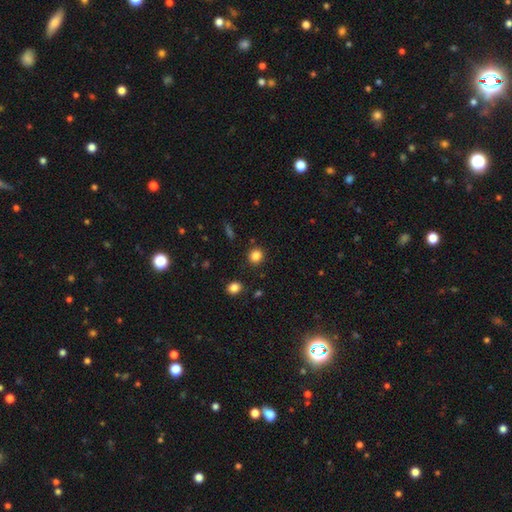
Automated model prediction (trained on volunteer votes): Smooth or featured: smooth — 84% (star or artifact — 11%)
How rounded: round — 85% (in between — 14%)
Merging: none — 88% (minor disturbance — 7%)